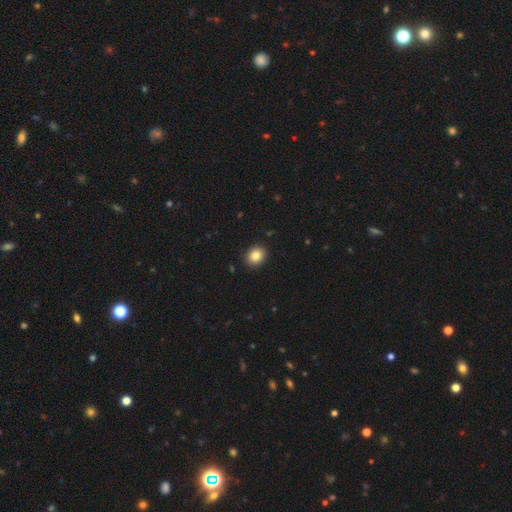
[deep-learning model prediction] Overall: smooth (85%). How rounded: round (56%; in between 43%). Merging: none (91%).